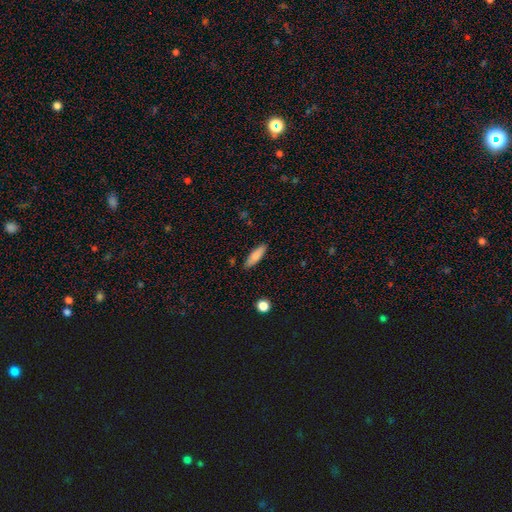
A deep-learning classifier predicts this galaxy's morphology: smooth 79%, featured or disk 15%, star or artifact 7%. Down the decision tree: how rounded — cigar-shaped (59%); merging — none (87%).